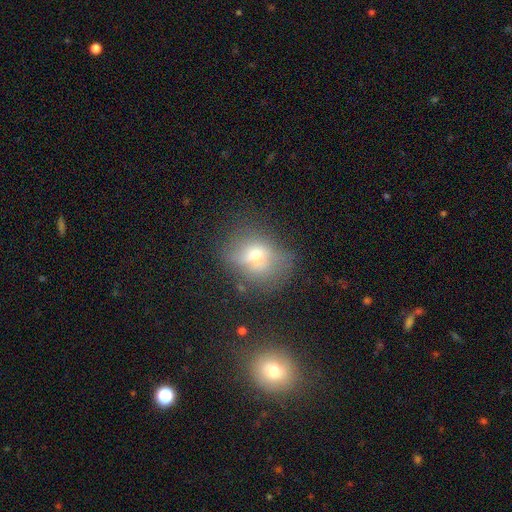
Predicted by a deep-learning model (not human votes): This is possibly a smooth galaxy (52%). How rounded: possibly round (54%). Merging: possibly none (56%).